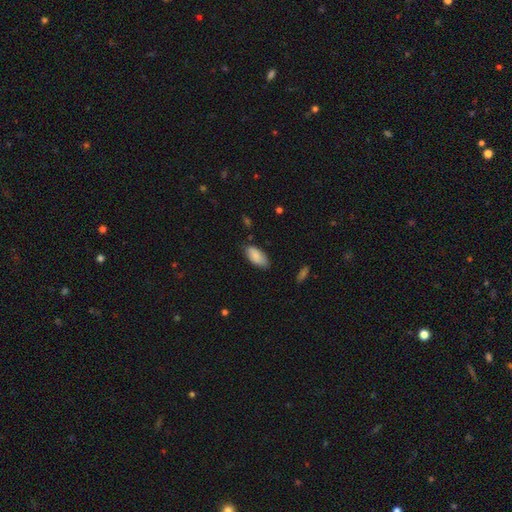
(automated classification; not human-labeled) Overall: smooth (85%). How rounded: in between (90%). Merging: none (75%).